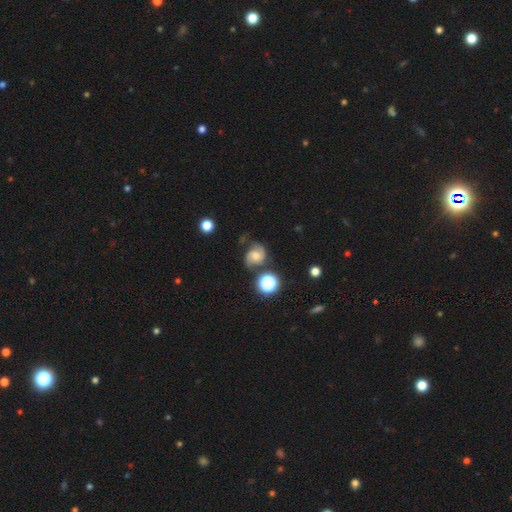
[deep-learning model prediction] Overall: featured or disk (71%). Edge-on disk: no (98%). Bar: no (59%; weak 34%). Spiral arms: yes (95%). Spiral arm count: 2 (88%). Spiral winding: medium (52%; tight 26%). Bulge size: moderate (56%; small 28%). Merging: none (65%).